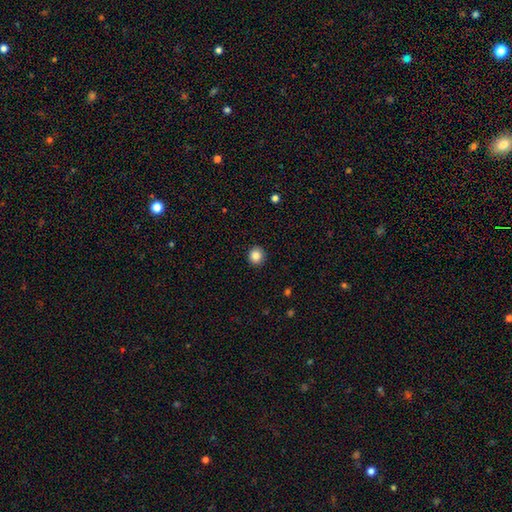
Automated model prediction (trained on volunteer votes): Q: Smooth or featured?
A: smooth (86%); runner-up: star or artifact (10%)
Q: How rounded?
A: round (91%); runner-up: in between (8%)
Q: Merging?
A: none (92%); runner-up: minor disturbance (5%)